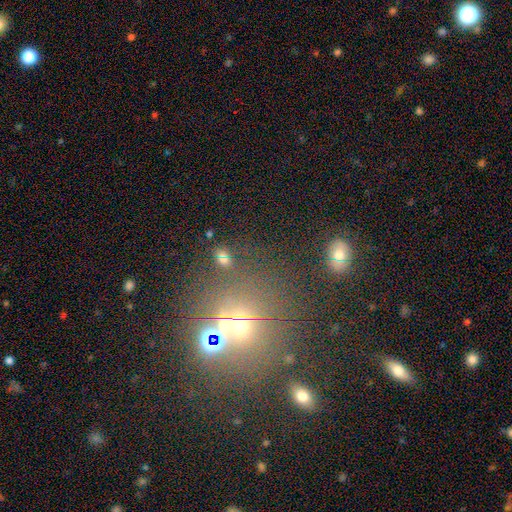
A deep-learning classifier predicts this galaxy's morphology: Smooth or featured? Predicted: star or artifact (p=0.51).